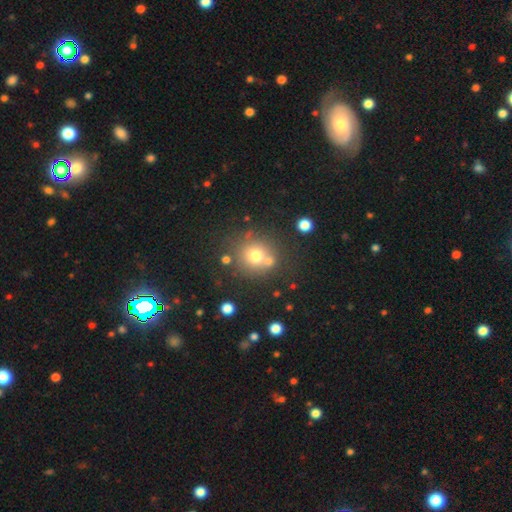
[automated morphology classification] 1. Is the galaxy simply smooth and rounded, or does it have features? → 69% smooth, 16% star or artifact, 14% featured or disk.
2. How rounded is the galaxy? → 89% round, 10% in between, 1% cigar-shaped.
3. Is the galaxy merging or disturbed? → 66% none, 19% merger, 10% minor disturbance, 5% major disturbance.